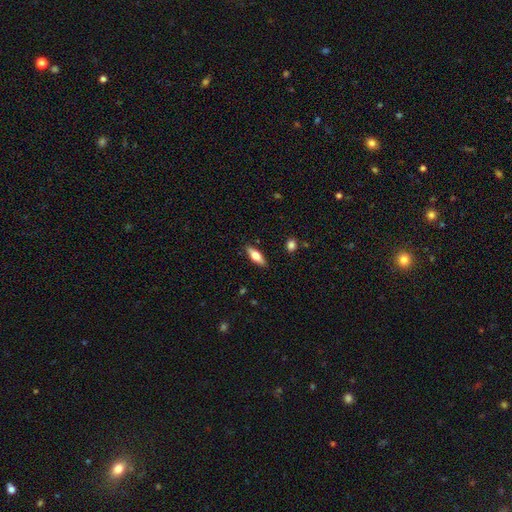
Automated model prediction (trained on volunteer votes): smooth-or-featured: smooth: 62% | featured or disk: 31% | star or artifact: 6%
  how-rounded: in between: 59% | cigar-shaped: 38% | round: 2%
  merging: none: 87% | minor disturbance: 9% | major disturbance: 2% | merger: 1%